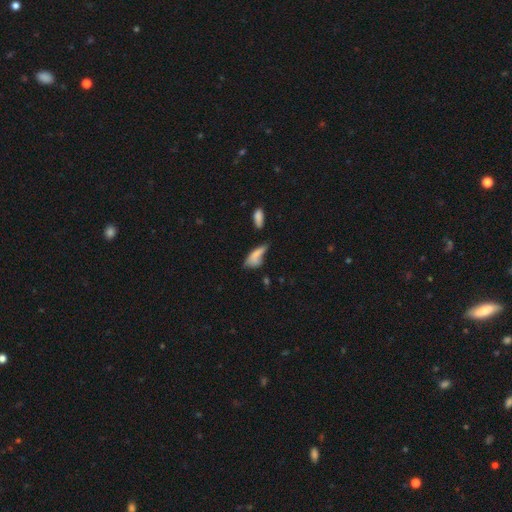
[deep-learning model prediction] Q: Smooth or featured?
A: smooth (68%); runner-up: featured or disk (21%)
Q: How rounded?
A: in between (72%); runner-up: cigar-shaped (25%)
Q: Merging?
A: minor disturbance (28%); runner-up: none (27%)